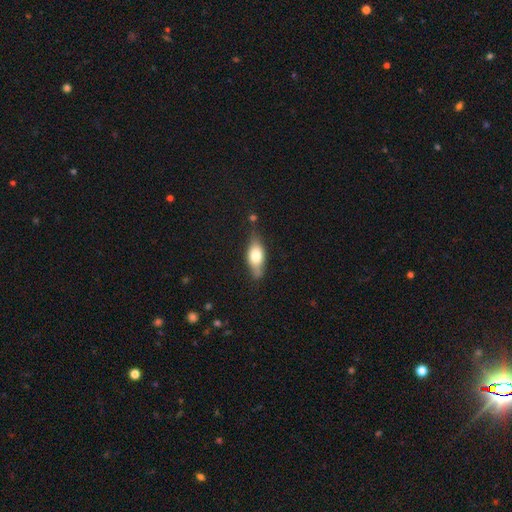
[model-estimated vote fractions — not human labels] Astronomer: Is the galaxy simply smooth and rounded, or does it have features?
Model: smooth — 65%.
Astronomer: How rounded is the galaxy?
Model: in between — 77%.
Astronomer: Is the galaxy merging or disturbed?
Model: none — 68%.